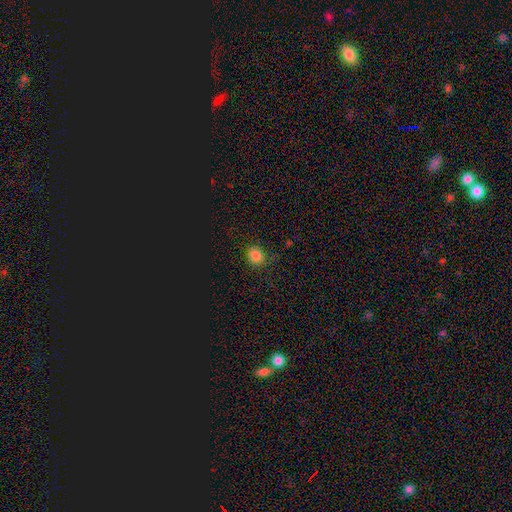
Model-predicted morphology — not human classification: A smooth galaxy with no disk features (82%) that is round (74%).

Vote fractions:
- Smooth or featured? smooth: 82% / star or artifact: 14% / featured or disk: 4%
- How rounded? round: 74% / in between: 25% / cigar-shaped: 1%
- Merging? none: 83% / minor disturbance: 12% / major disturbance: 4% / merger: 1%